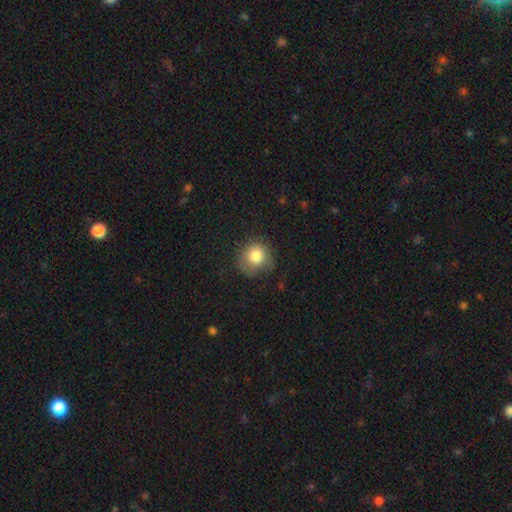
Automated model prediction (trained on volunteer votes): Smooth or featured?
  - smooth: 80% *
  - featured or disk: 10%
  - star or artifact: 10%
How rounded?
  - round: 85% *
  - in between: 14%
  - cigar-shaped: 1%
Merging?
  - none: 67% *
  - minor disturbance: 23%
  - major disturbance: 9%
  - merger: 1%